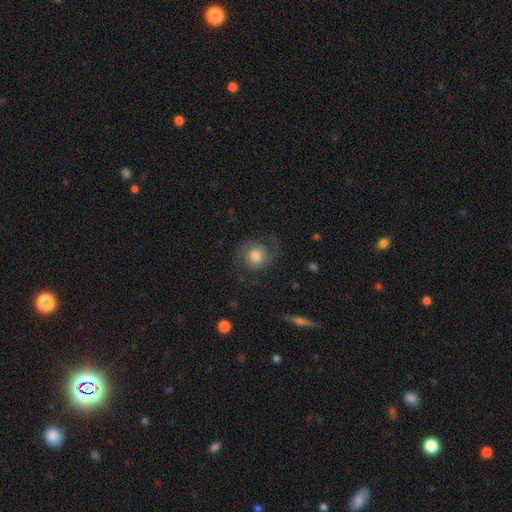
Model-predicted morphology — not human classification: The model was most divided on "spiral winding": medium: 47%, loose: 30%, tight: 23%. More confident: edge-on disk — no (98%); spiral arms — yes (93%); spiral arm count — 2 (91%); bar — no (77%); merging — none (73%); smooth or featured — featured or disk (66%); bulge size — moderate (56%).